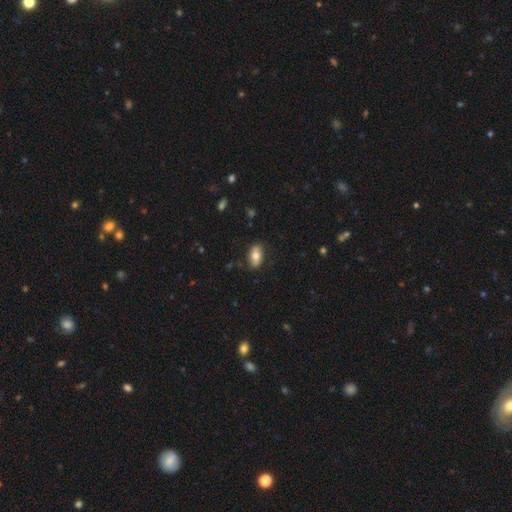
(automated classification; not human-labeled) Smooth or featured?
  - smooth: 73% *
  - featured or disk: 20%
  - star or artifact: 7%
How rounded?
  - in between: 90% *
  - round: 5%
  - cigar-shaped: 5%
Merging?
  - none: 85% *
  - minor disturbance: 11%
  - major disturbance: 2%
  - merger: 1%